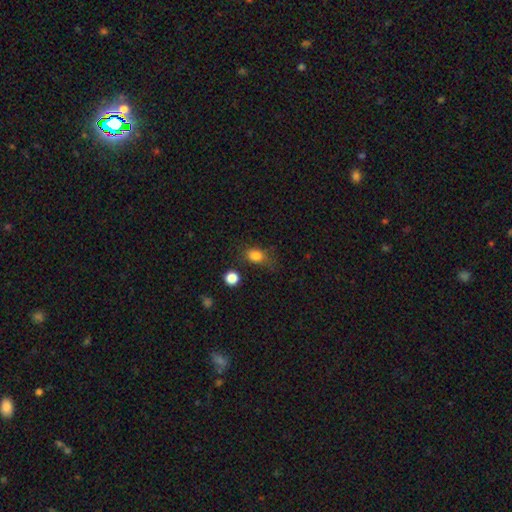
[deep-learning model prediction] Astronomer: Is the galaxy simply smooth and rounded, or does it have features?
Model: smooth — 82%.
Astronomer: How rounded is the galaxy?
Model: in between — 62%.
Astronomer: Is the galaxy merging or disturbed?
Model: none — 62%.